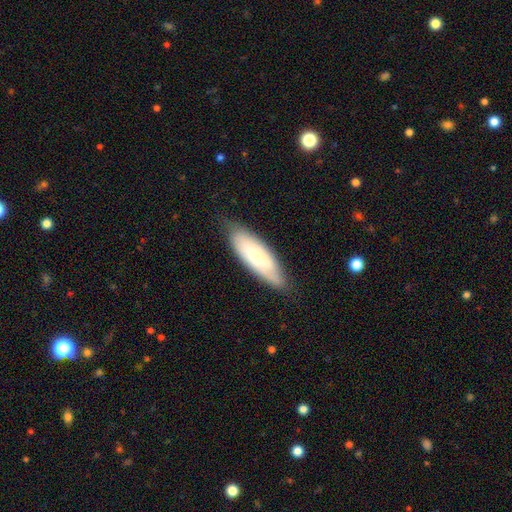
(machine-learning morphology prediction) smooth_or_featured: smooth (p=0.63) [alt: featured or disk p=0.30]
how_rounded: in between (p=0.56) [alt: cigar-shaped p=0.43]
merging: none (p=0.74) [alt: minor disturbance p=0.20]